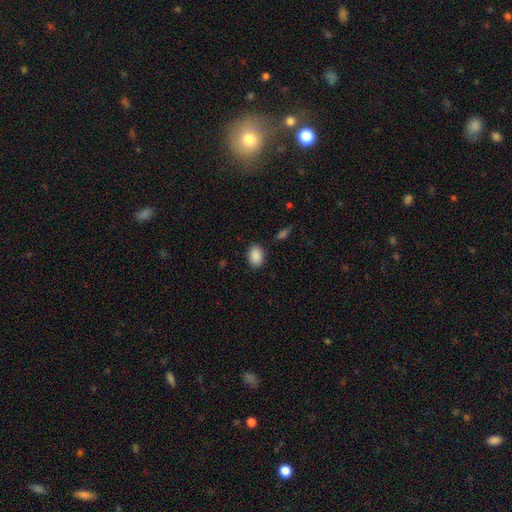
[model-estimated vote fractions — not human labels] This appears to be a smooth galaxy with no disk features (89%) that is in between round and cigar-shaped (77%). Merging: none (85%).